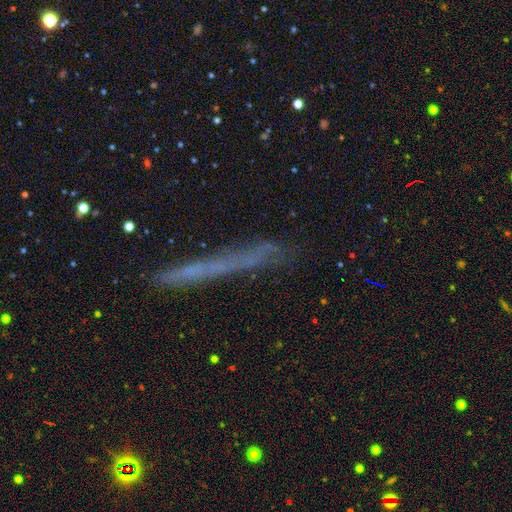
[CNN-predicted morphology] Smooth or featured?
  - smooth: 46% *
  - featured or disk: 40%
  - star or artifact: 14%
Merging?
  - none: 73% *
  - minor disturbance: 18%
  - major disturbance: 6%
  - merger: 3%